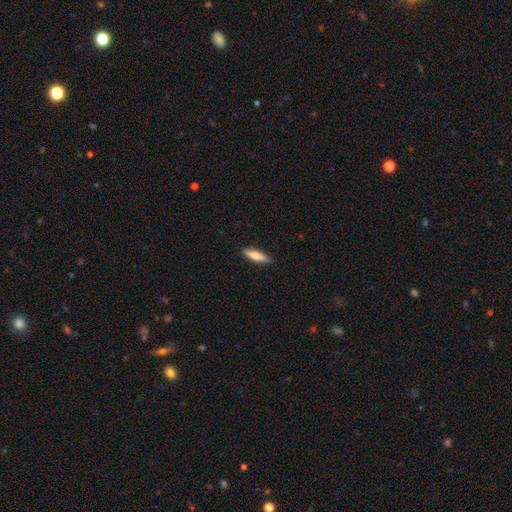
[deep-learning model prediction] Smooth or featured: smooth — 79% (featured or disk — 15%)
How rounded: cigar-shaped — 68% (in between — 30%)
Merging: none — 89% (minor disturbance — 9%)